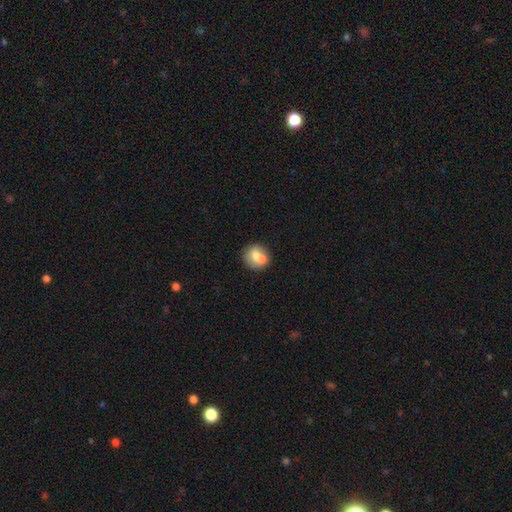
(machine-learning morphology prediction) Smooth or featured? smooth (68%)
How rounded? round (82%)
Merging? none (49%)